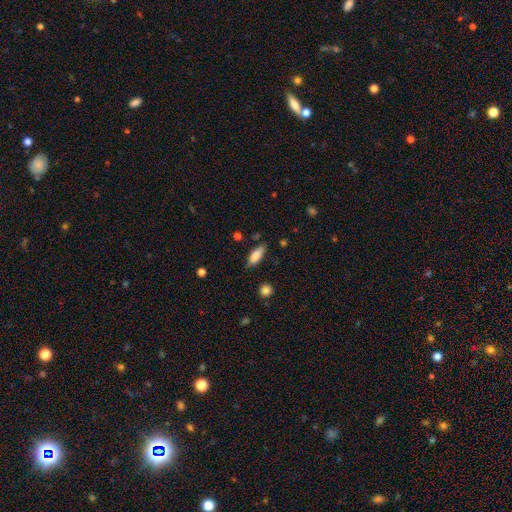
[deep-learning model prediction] The model was most divided on "how rounded": in between: 69%, cigar-shaped: 28%, round: 2%. More confident: smooth or featured — smooth (81%); merging — none (76%).